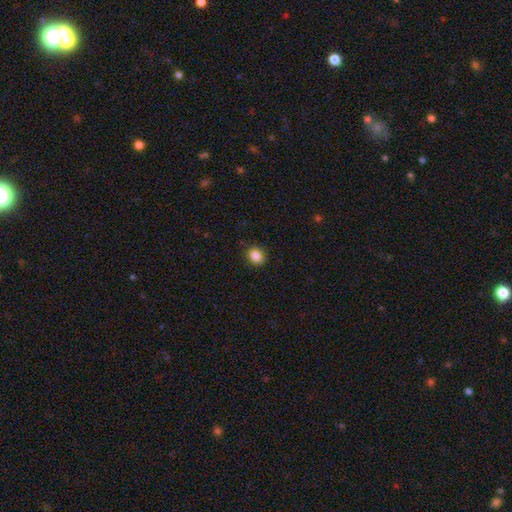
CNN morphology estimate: smooth-or-featured: smooth: 86% | star or artifact: 10% | featured or disk: 4%
  how-rounded: round: 59% | in between: 40% | cigar-shaped: 1%
  merging: none: 87% | minor disturbance: 9% | major disturbance: 2% | merger: 1%